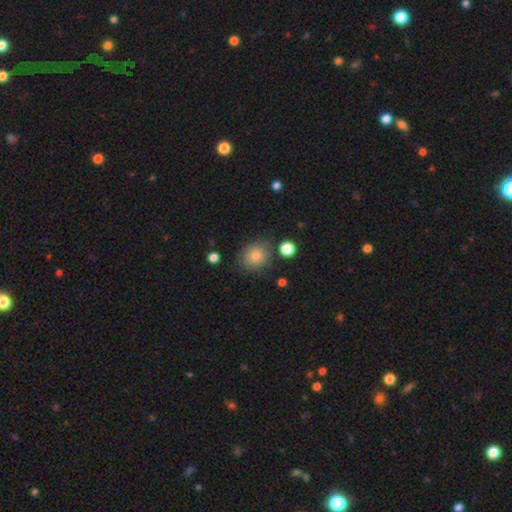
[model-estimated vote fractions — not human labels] Smooth or featured?
  - smooth: 79% *
  - star or artifact: 12%
  - featured or disk: 9%
How rounded?
  - round: 76% *
  - in between: 23%
  - cigar-shaped: 1%
Merging?
  - none: 80% *
  - minor disturbance: 13%
  - merger: 4%
  - major disturbance: 3%